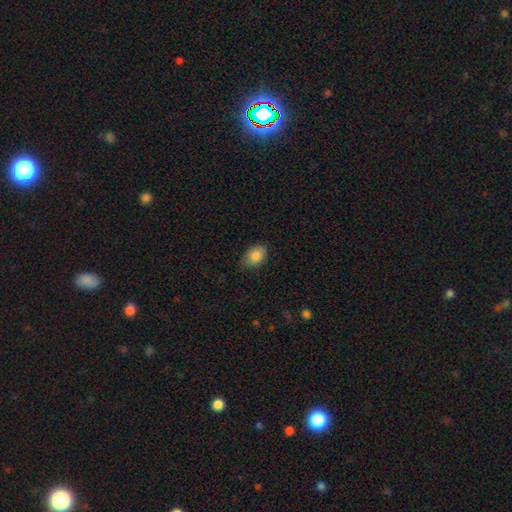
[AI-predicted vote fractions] The model was most divided on "merging": none: 78%, minor disturbance: 18%, major disturbance: 3%, merger: 1%. More confident: smooth or featured — smooth (86%); how rounded — in between (81%).